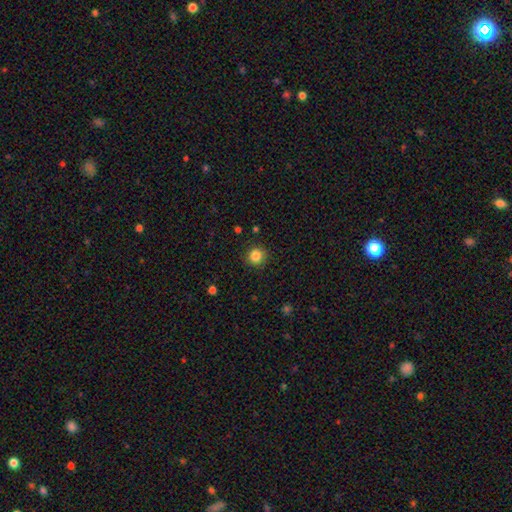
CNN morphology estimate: Smooth or featured? Predicted: smooth (p=0.84). How rounded? Predicted: round (p=0.91). Merging? Predicted: none (p=0.89).